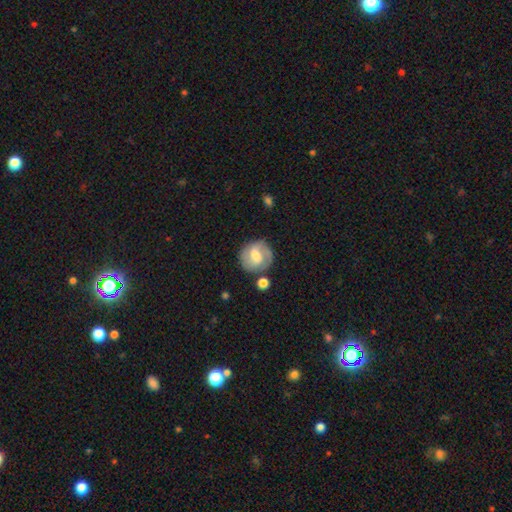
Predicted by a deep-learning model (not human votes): Smooth or featured: featured or disk — 59% (smooth — 35%)
Edge-on disk: no — 97% (yes — 3%)
Bar: weak — 54% (no — 25%)
Spiral arms: yes — 80% (no — 20%)
Bulge size: moderate — 63% (large — 17%)
Merging: none — 74% (minor disturbance — 15%)